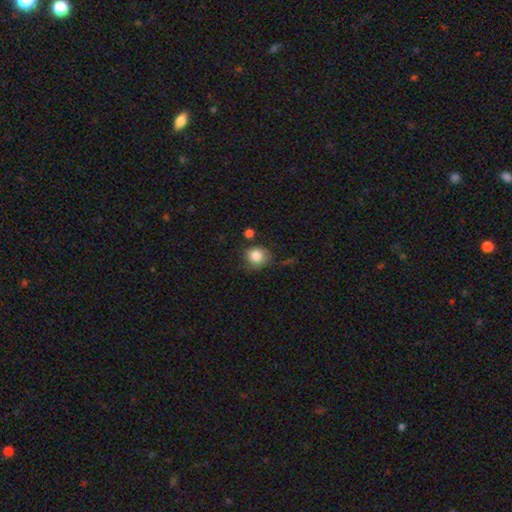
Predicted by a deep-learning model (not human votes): A smooth galaxy with no disk features (85%) that is round (78%). Merging: none (66%).